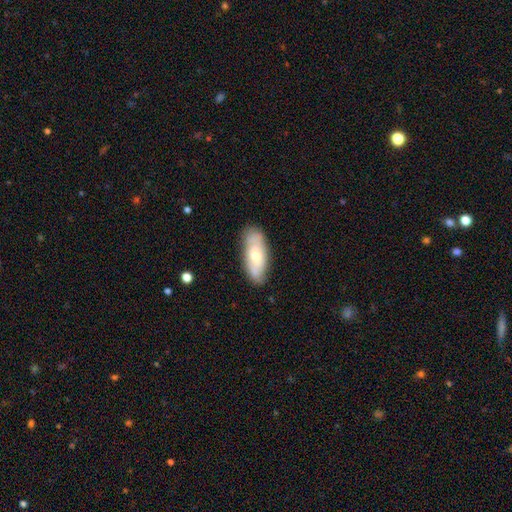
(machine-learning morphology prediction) Smooth or featured? featured or disk (47%, tied with smooth)
Merging? none (78%)